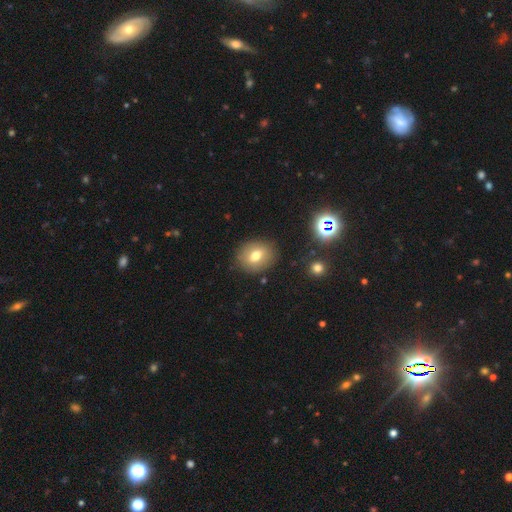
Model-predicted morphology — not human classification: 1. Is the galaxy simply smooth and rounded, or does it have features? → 71% smooth, 18% featured or disk, 12% star or artifact.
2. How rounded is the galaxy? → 55% round, 44% in between, 1% cigar-shaped.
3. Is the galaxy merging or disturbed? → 86% none, 10% minor disturbance, 3% major disturbance, 2% merger.